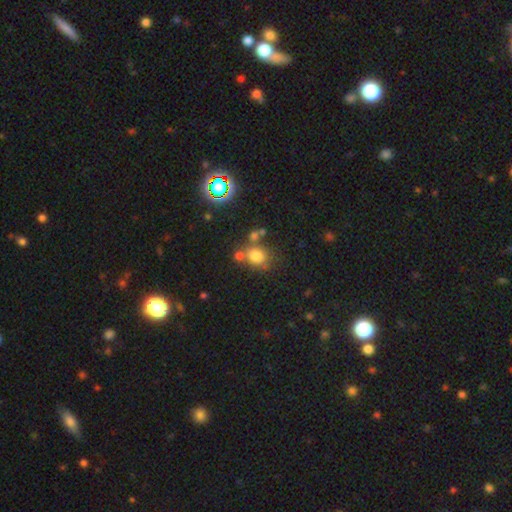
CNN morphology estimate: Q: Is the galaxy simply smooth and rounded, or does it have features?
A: smooth — 73%.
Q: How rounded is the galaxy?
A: round — 64%.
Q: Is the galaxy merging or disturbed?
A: none — 59%.